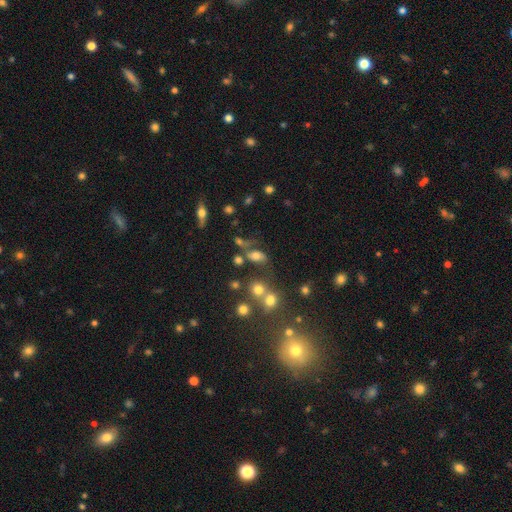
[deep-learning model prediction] Smooth or featured? smooth (60%)
How rounded? in between (78%)
Merging? none (45%)